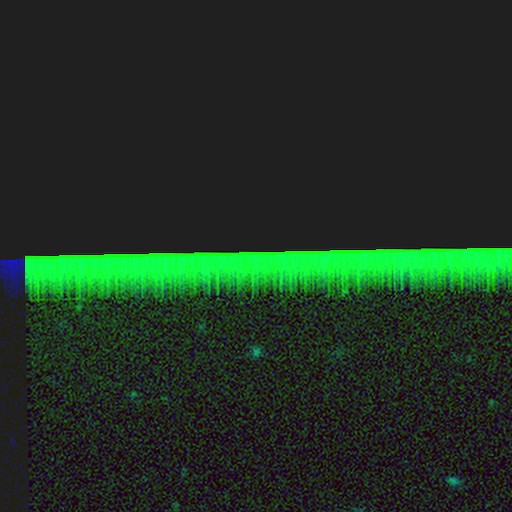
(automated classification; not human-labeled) Smooth or featured? Predicted: star or artifact (p=0.86).